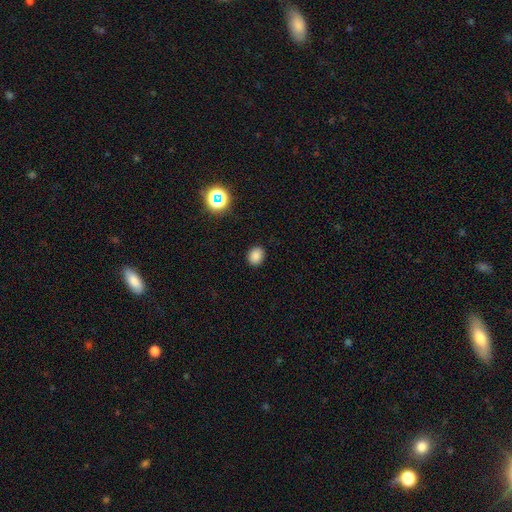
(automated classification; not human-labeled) Smooth or featured? smooth (84%)
How rounded? round (60%)
Merging? none (90%)